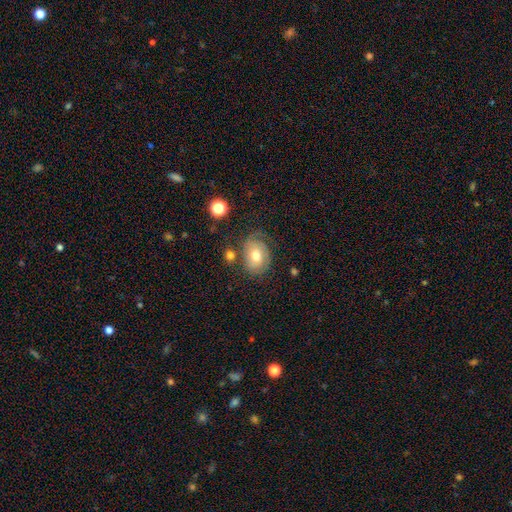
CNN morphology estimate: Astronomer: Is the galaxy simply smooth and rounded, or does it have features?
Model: featured or disk — 50% (runner-up: smooth, 40%).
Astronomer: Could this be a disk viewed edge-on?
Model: no — 96%.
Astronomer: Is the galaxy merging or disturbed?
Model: none — 59%.